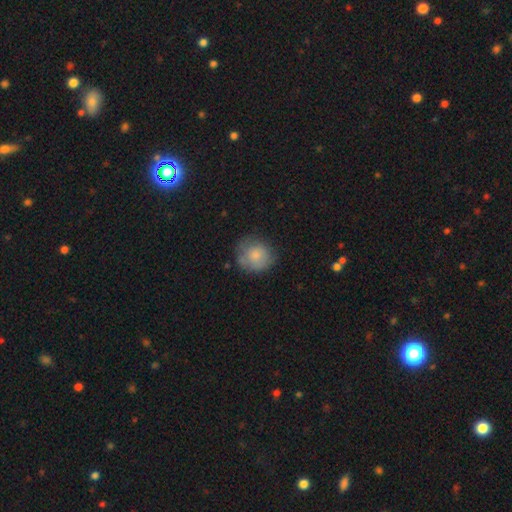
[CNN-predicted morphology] smooth_or_featured: smooth (p=0.74) [alt: featured or disk p=0.18]
how_rounded: round (p=0.86) [alt: in between p=0.13]
merging: none (p=0.66) [alt: minor disturbance p=0.24]